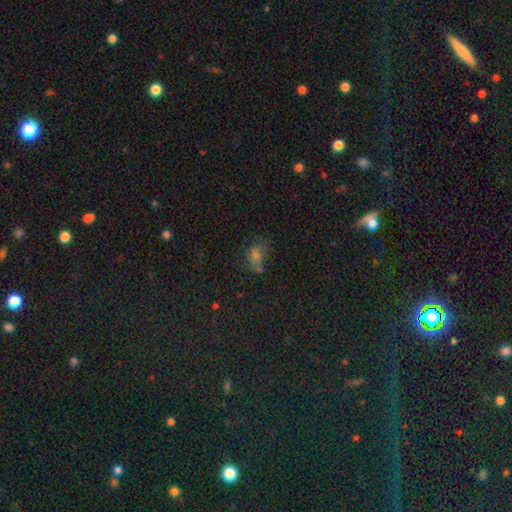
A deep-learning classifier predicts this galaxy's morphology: The model was most divided on "smooth or featured": smooth: 51%, star or artifact: 33%, featured or disk: 16%. Remaining: how rounded — in between (64%); merging — none (44%).